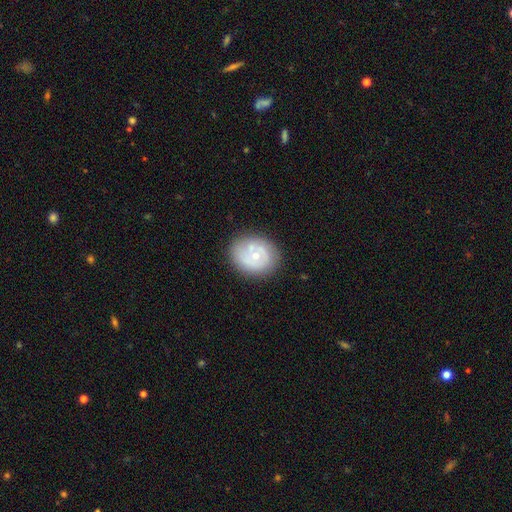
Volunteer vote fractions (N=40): This appears to be a featured or disk galaxy (60%) with no bar (78%), no spiral arms (61%) and a small central bulge (57%). Merging: none (74%).